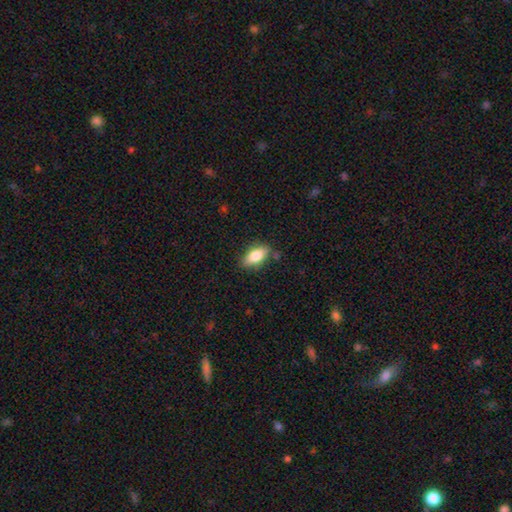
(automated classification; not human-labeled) Smooth or featured? smooth (78%)
How rounded? in between (84%)
Merging? none (78%)